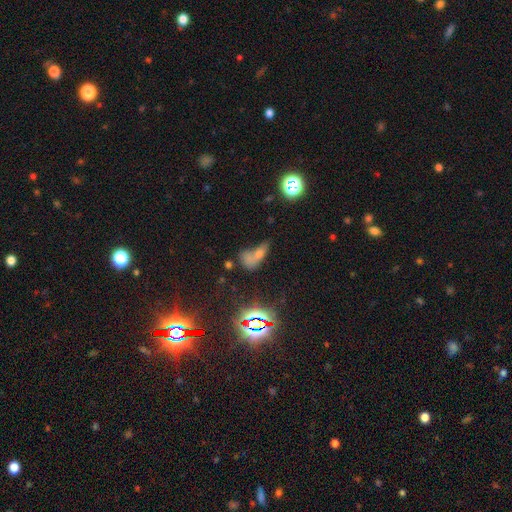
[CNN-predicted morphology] A smooth galaxy with no disk features (51%) that is in between round and cigar-shaped (69%). Merging: merger (48%).